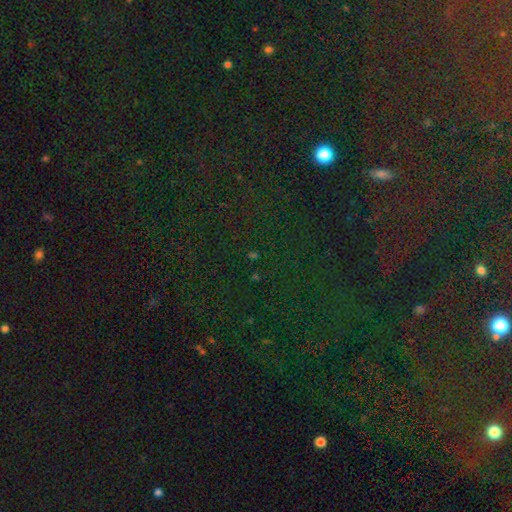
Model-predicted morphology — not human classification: This is clearly a star or artifact rather than a galaxy (83%).